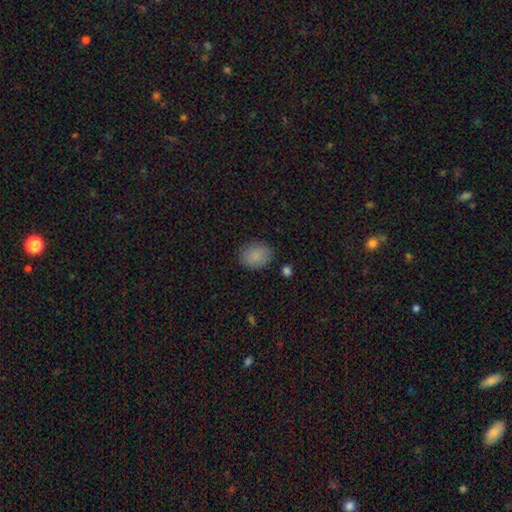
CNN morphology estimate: smooth_or_featured: smooth (p=0.87) [alt: star or artifact p=0.08]
how_rounded: in between (p=0.53) [alt: round p=0.46]
merging: none (p=0.82) [alt: minor disturbance p=0.12]